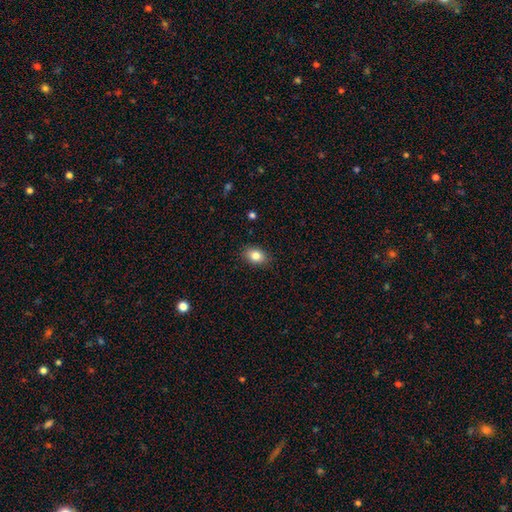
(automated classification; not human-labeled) smooth-or-featured: smooth: 83% | star or artifact: 9% | featured or disk: 8%
  how-rounded: in between: 74% | round: 25% | cigar-shaped: 1%
  merging: none: 87% | minor disturbance: 9% | major disturbance: 2% | merger: 1%